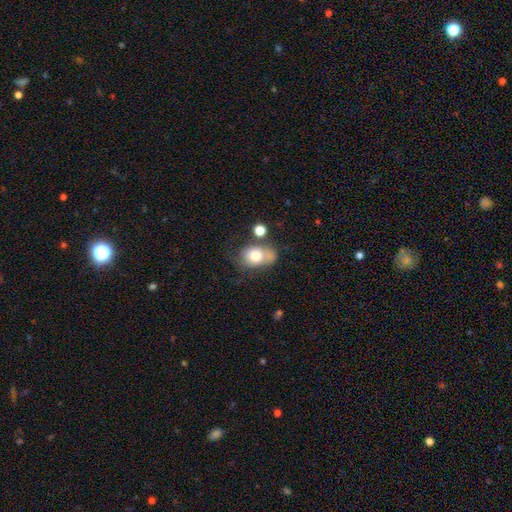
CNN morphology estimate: A smooth galaxy with no disk features (72%) that is in between round and cigar-shaped (64%).

Vote fractions:
- Smooth or featured? smooth: 72% / featured or disk: 19% / star or artifact: 9%
- How rounded? in between: 64% / round: 35% / cigar-shaped: 1%
- Merging? none: 39% / minor disturbance: 24% / merger: 23% / major disturbance: 14%